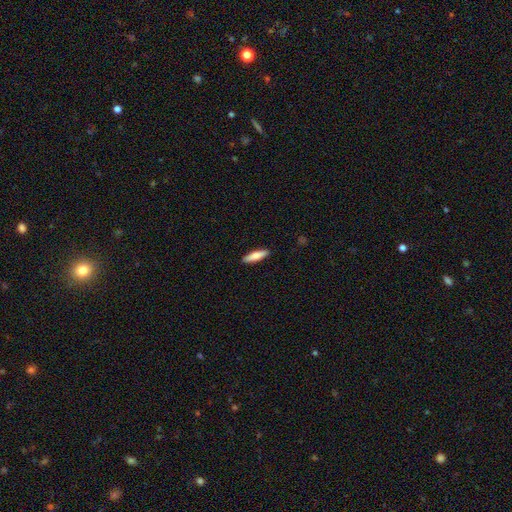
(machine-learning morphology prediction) Smooth or featured? Predicted: smooth (p=0.75). How rounded? Predicted: cigar-shaped (p=0.71). Merging? Predicted: none (p=0.91).